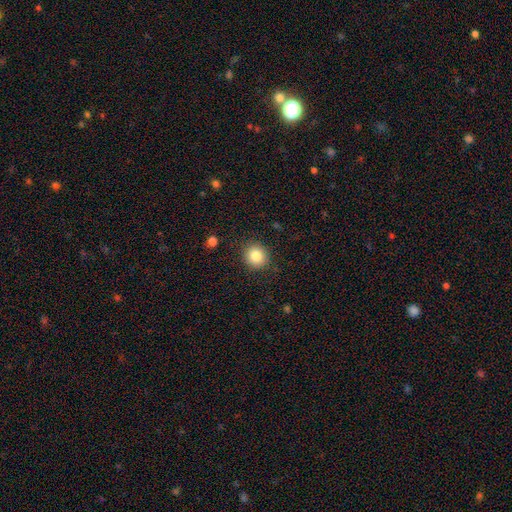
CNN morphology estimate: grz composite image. It shows a smooth galaxy with no disk features (84%) that is round (88%). Merging: none (89%).